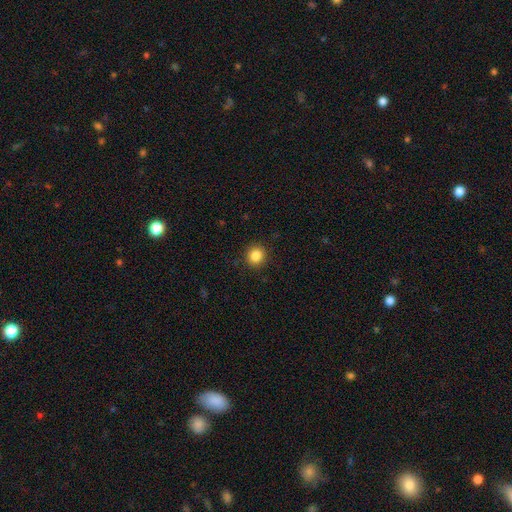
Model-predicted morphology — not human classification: smooth-or-featured: smooth: 85% | star or artifact: 10% | featured or disk: 4%
  how-rounded: round: 86% | in between: 13% | cigar-shaped: 1%
  merging: none: 90% | minor disturbance: 7% | major disturbance: 2% | merger: 1%